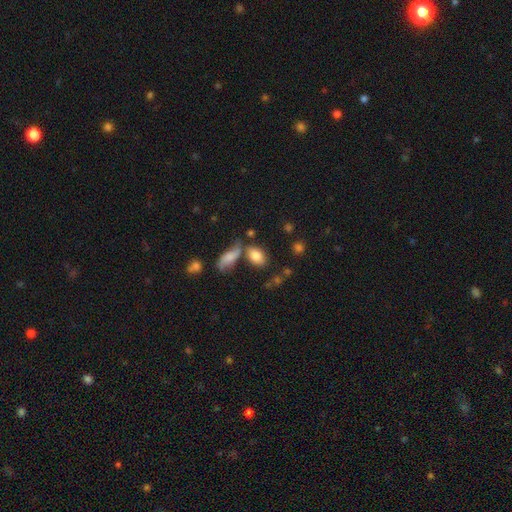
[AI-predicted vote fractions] Smooth or featured: smooth — 82% (featured or disk — 10%)
How rounded: in between — 88% (round — 9%)
Merging: none — 58% (merger — 21%)